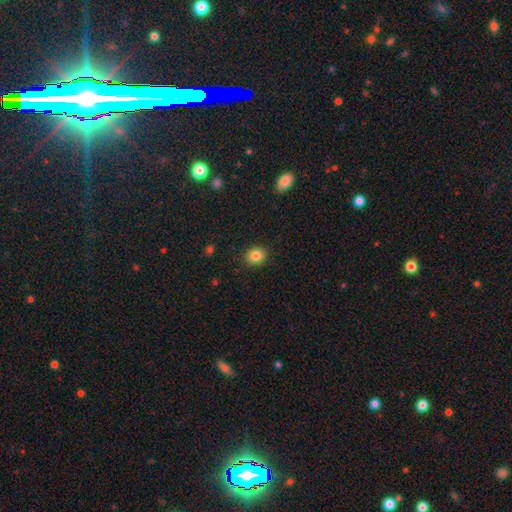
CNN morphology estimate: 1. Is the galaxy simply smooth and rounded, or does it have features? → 84% smooth, 10% star or artifact, 6% featured or disk.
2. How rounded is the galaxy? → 65% round, 34% in between, 1% cigar-shaped.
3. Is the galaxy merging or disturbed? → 89% none, 8% minor disturbance, 2% major disturbance, 1% merger.